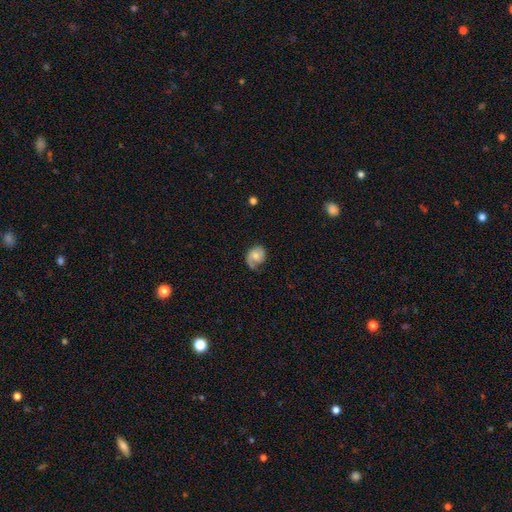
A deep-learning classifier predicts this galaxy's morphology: The model was most divided on "bulge size": moderate: 46%, small: 37%, none: 8%, large: 7%, dominant: 2%. More confident: edge-on disk — no (97%); spiral arms — yes (88%); bar — no (70%); merging — none (56%); smooth or featured — featured or disk (54%).